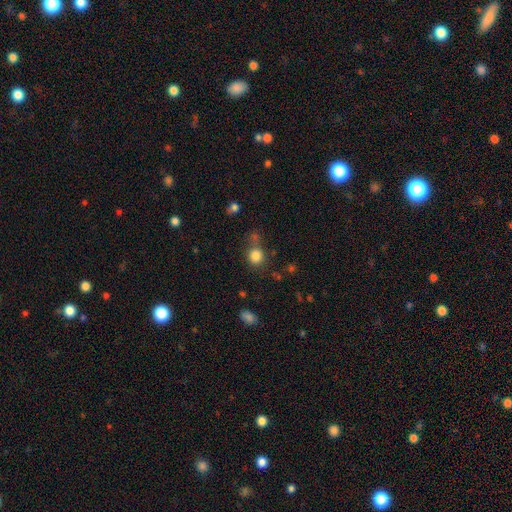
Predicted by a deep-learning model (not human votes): The model was most divided on "merging": none: 68%, merger: 13%, minor disturbance: 13%, major disturbance: 6%. More confident: how rounded — round (84%); smooth or featured — smooth (82%).